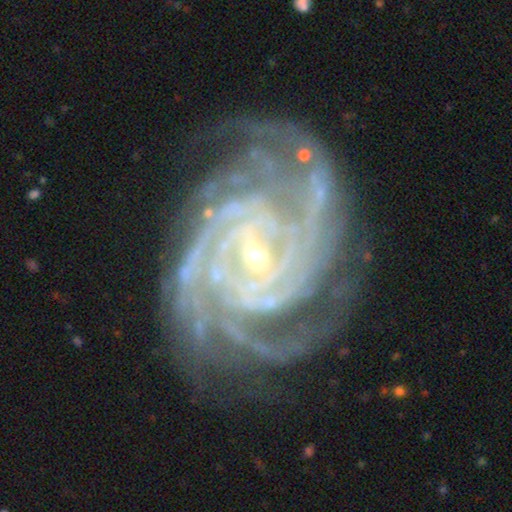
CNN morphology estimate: Smooth or featured? featured or disk (92%)
Edge-on disk? no (98%)
Bar? weak (37%)
Spiral arms? yes (99%)
Spiral winding? tight (71%)
Spiral arm count? 4 (24%)
Bulge size? small (81%)
Merging? none (70%)